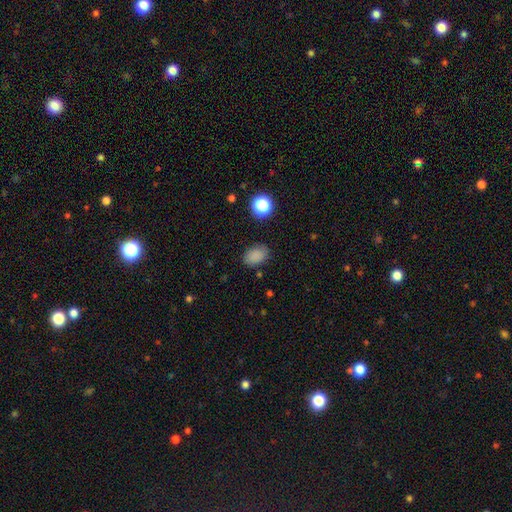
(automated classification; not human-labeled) The model was most divided on "how rounded": in between: 79%, round: 19%, cigar-shaped: 1%. More confident: smooth or featured — smooth (84%); merging — none (81%).